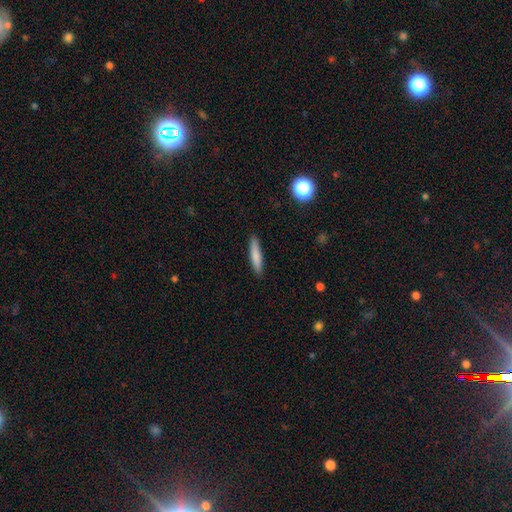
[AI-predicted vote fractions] Q: Smooth or featured?
A: smooth (79%); runner-up: featured or disk (15%)
Q: How rounded?
A: cigar-shaped (88%); runner-up: in between (11%)
Q: Merging?
A: none (90%); runner-up: minor disturbance (7%)